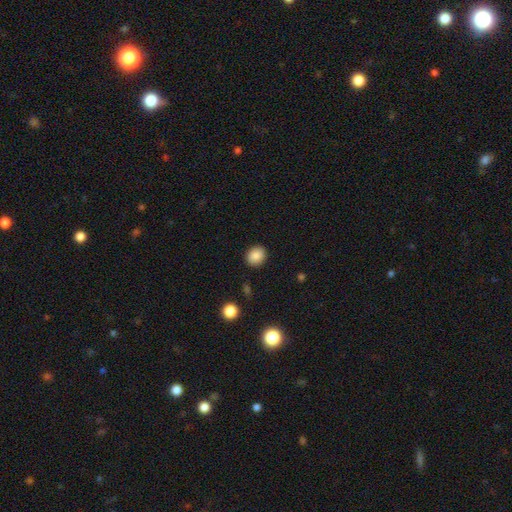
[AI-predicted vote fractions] Morphology: type=smooth (87%); roundness=round (68%); merging=none (89%).